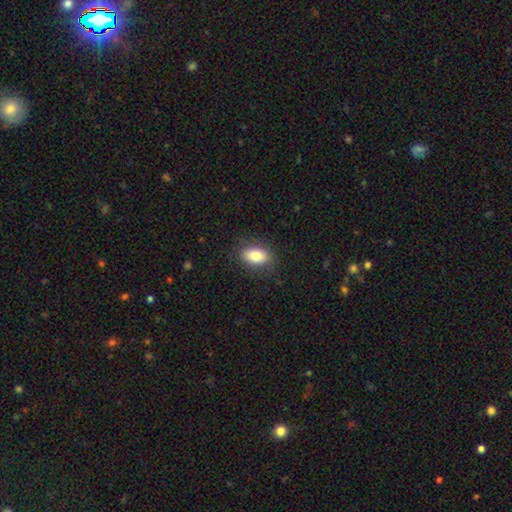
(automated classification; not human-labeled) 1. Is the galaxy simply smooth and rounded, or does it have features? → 82% smooth, 10% featured or disk, 8% star or artifact.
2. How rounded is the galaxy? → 88% in between, 9% round, 3% cigar-shaped.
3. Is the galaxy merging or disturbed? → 84% none, 12% minor disturbance, 4% major disturbance, 1% merger.